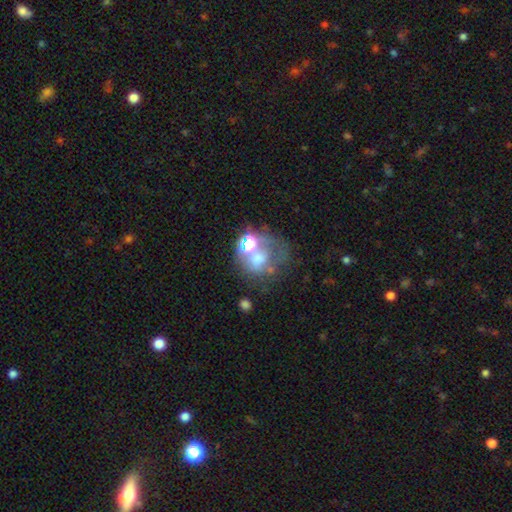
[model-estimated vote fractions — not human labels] Morphology: type=smooth (42%); merging=none (36%).